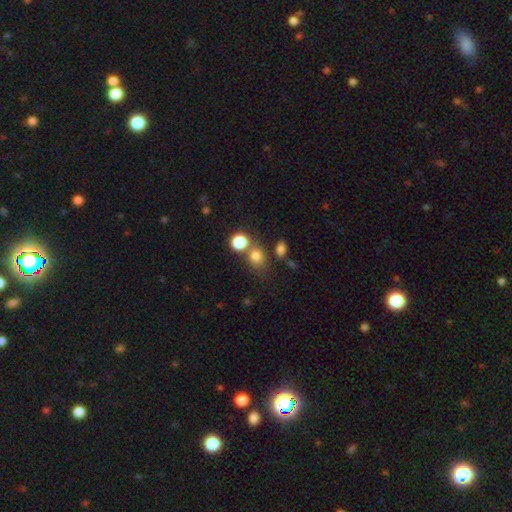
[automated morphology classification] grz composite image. It shows a smooth galaxy with no disk features (78%) that is round (63%). Merging: none (57%).